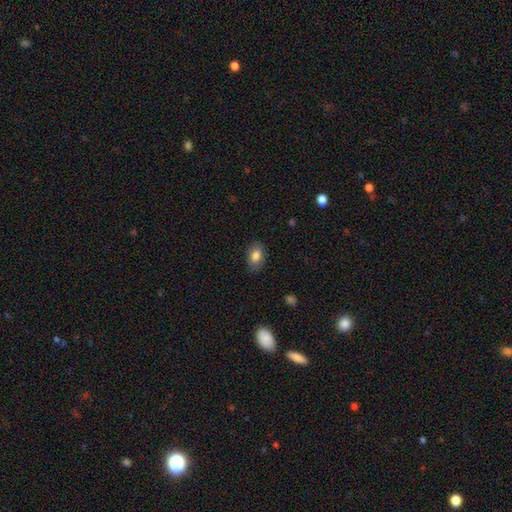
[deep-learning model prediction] smooth-or-featured: smooth: 81% | featured or disk: 11% | star or artifact: 7%
  how-rounded: in between: 88% | round: 11% | cigar-shaped: 1%
  merging: none: 84% | minor disturbance: 12% | major disturbance: 3% | merger: 1%